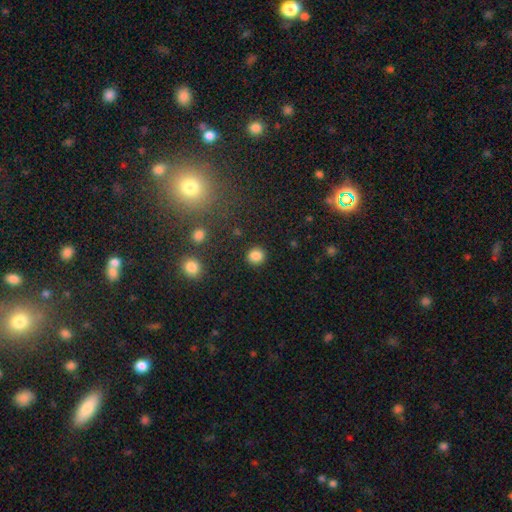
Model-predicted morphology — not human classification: The model was most divided on "smooth or featured": smooth: 85%, star or artifact: 11%, featured or disk: 4%. More confident: merging — none (89%); how rounded — round (86%).